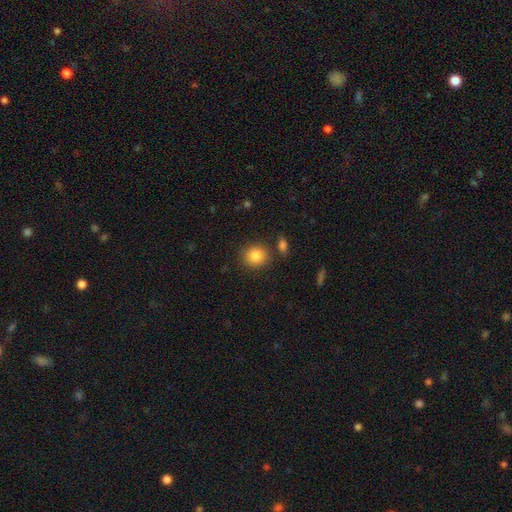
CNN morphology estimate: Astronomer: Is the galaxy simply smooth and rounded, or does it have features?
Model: smooth — 85%.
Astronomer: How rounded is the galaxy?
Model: round — 86%.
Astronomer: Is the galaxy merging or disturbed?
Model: none — 83%.